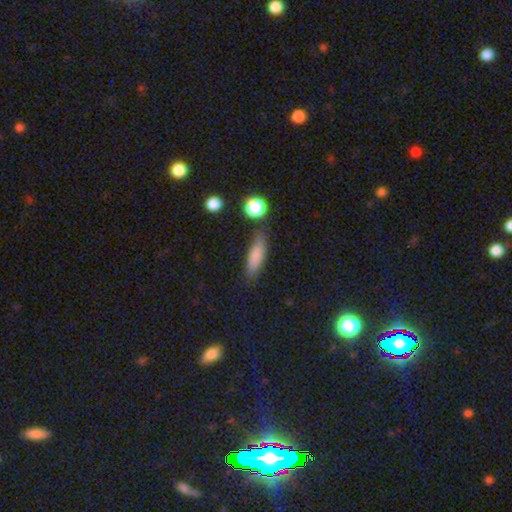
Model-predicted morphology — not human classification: This appears to be a smooth galaxy with no disk features (81%) that is cigar-shaped (58%). Merging: none (80%).